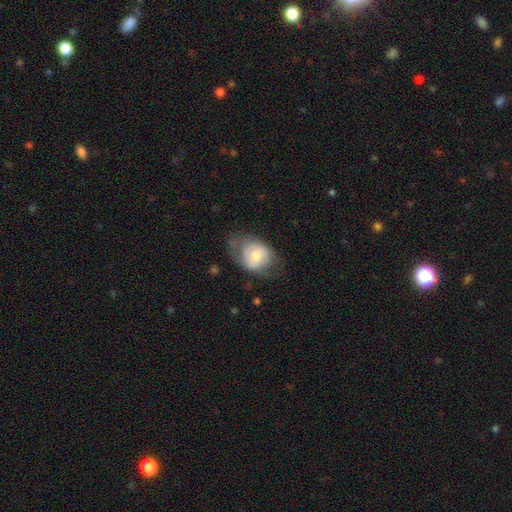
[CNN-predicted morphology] smooth_or_featured: smooth (p=0.52) [alt: featured or disk p=0.41]
how_rounded: in between (p=0.54) [alt: round p=0.45]
merging: none (p=0.47) [alt: minor disturbance p=0.32]